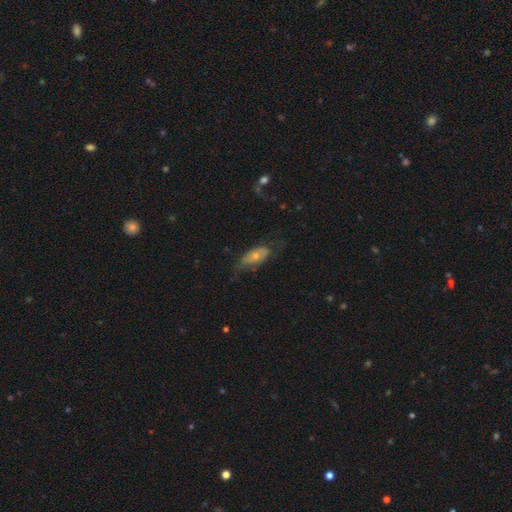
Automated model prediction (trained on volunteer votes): Smooth or featured: smooth — 50% (featured or disk — 43%)
How rounded: in between — 85% (cigar-shaped — 11%)
Merging: none — 44% (minor disturbance — 32%)